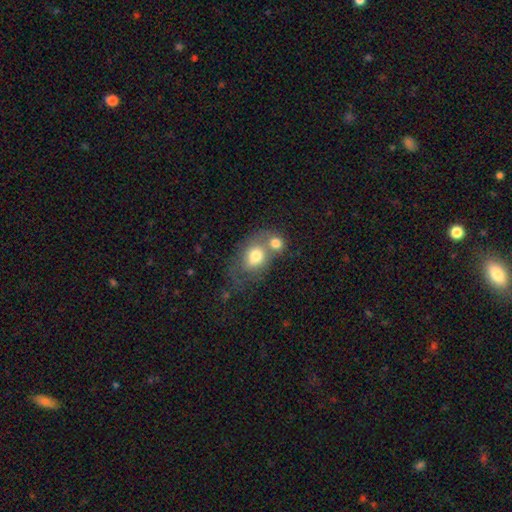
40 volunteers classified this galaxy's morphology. Q: Smooth or featured?
A: smooth (90%); runner-up: featured or disk (8%)
Q: How rounded?
A: round (69%); runner-up: in between (31%)
Q: Merging?
A: merger (62%); runner-up: none (26%)